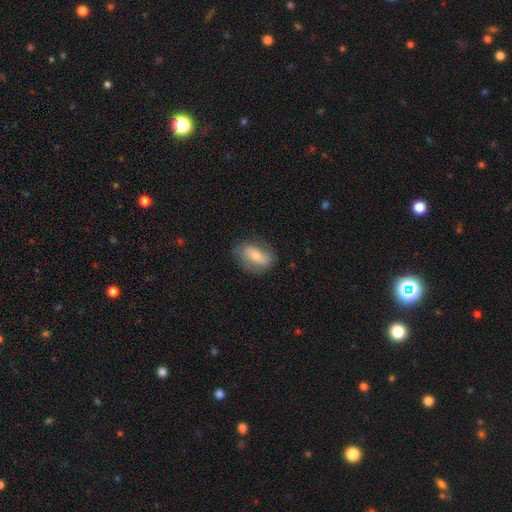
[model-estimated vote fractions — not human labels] A smooth galaxy with no disk features (51%) that is in between round and cigar-shaped (80%).

Vote fractions:
- Smooth or featured? smooth: 51% / featured or disk: 41% / star or artifact: 8%
- How rounded? in between: 80% / round: 12% / cigar-shaped: 7%
- Merging? none: 75% / minor disturbance: 18% / major disturbance: 5% / merger: 1%